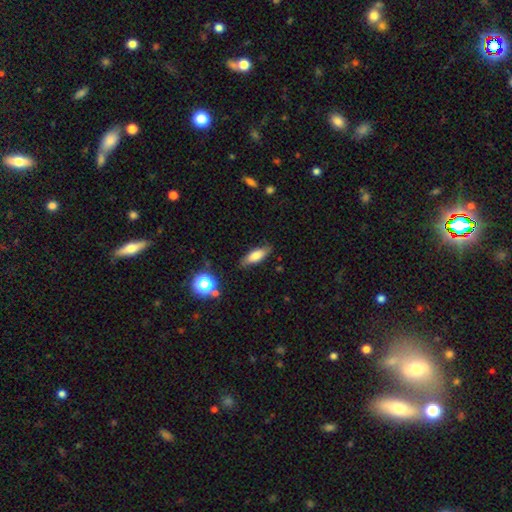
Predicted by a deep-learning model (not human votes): smooth-or-featured: smooth: 72% | featured or disk: 19% | star or artifact: 9%
  how-rounded: in between: 60% | cigar-shaped: 37% | round: 3%
  merging: none: 81% | minor disturbance: 14% | major disturbance: 3% | merger: 2%